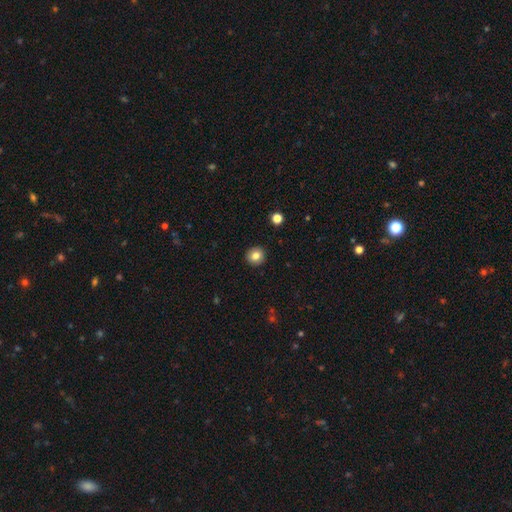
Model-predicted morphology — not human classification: smooth_or_featured: smooth (p=0.83) [alt: star or artifact p=0.10]
how_rounded: round (p=0.93) [alt: in between p=0.06]
merging: none (p=0.93) [alt: minor disturbance p=0.05]